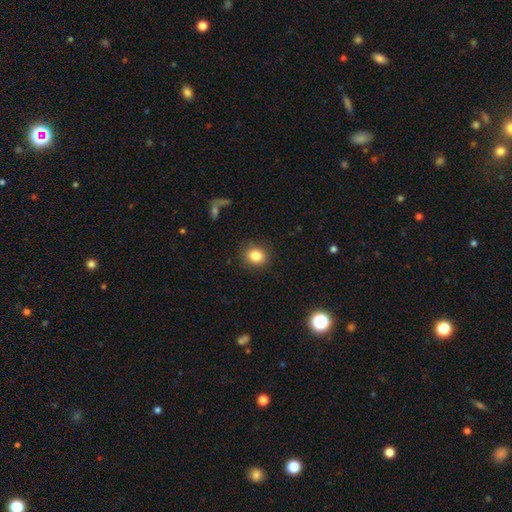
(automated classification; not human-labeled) Overall: smooth (83%). How rounded: round (74%). Merging: none (88%).